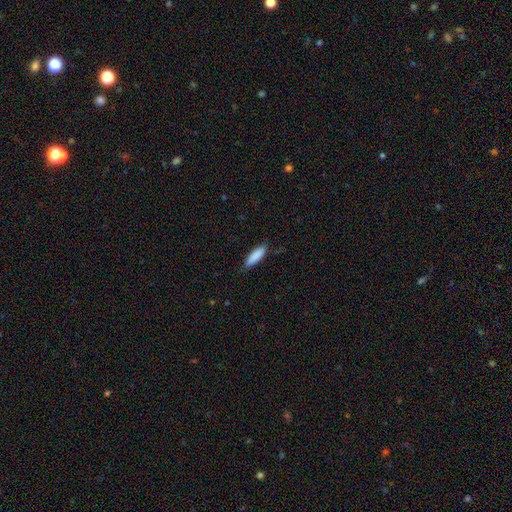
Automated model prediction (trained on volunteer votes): smooth 87%, featured or disk 7%, star or artifact 6%. Down the decision tree: how rounded — cigar-shaped (56%); merging — none (81%).